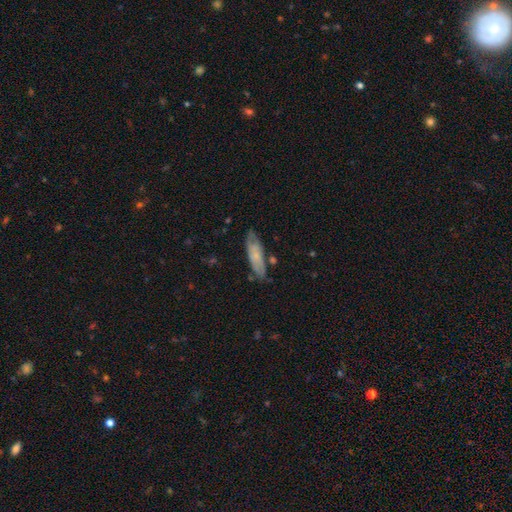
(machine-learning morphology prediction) Smooth or featured? smooth (58%)
How rounded? in between (50%)
Merging? none (69%)